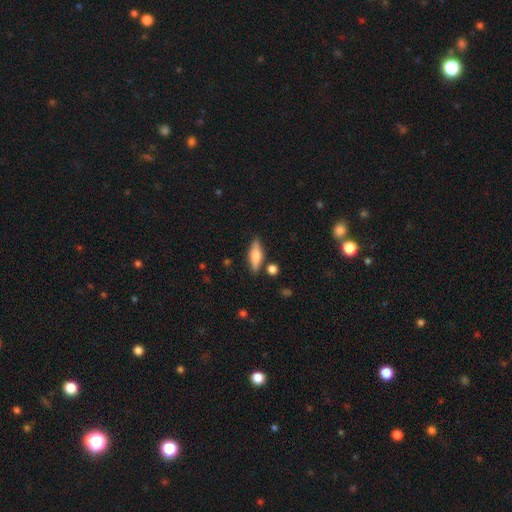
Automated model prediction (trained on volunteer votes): Morphology: type=smooth (61%); roundness=in between (57%); merging=none (81%).